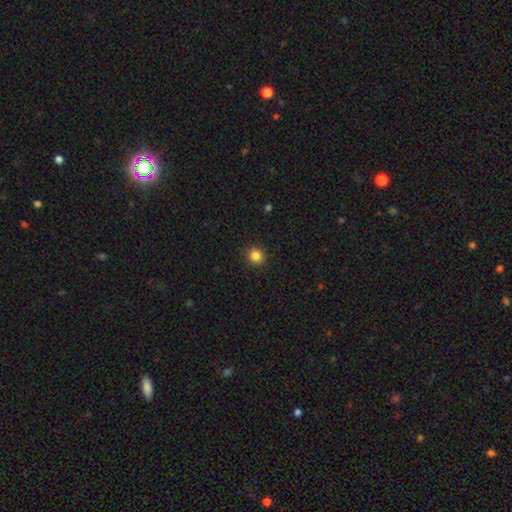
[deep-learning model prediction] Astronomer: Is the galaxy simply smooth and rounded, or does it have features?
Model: smooth — 85%.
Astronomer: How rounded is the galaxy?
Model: round — 89%.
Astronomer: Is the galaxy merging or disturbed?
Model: none — 92%.